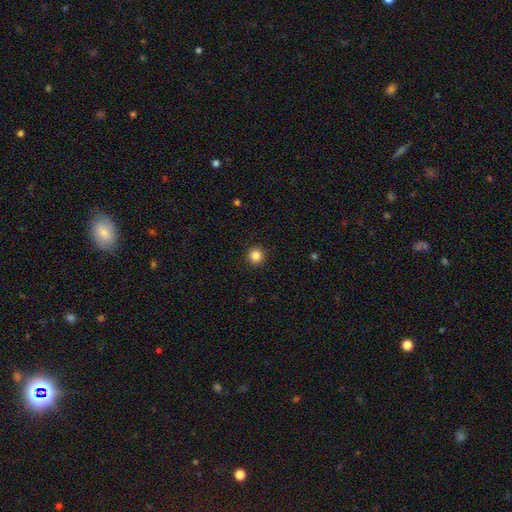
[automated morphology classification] This appears to be a smooth galaxy with no disk features (85%) that is round (96%). Merging: none (93%).